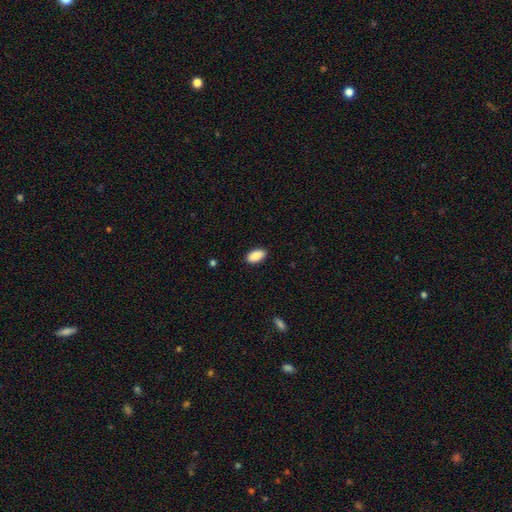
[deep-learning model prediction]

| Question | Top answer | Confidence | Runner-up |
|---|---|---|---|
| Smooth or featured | smooth | 89% | star or artifact (7%) |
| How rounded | in between | 93% | cigar-shaped (4%) |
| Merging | none | 90% | minor disturbance (8%) |